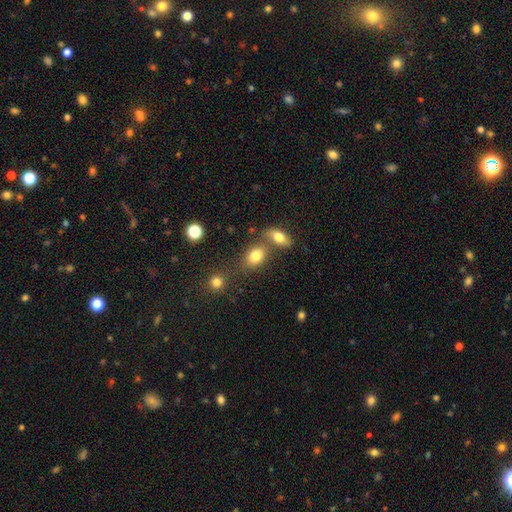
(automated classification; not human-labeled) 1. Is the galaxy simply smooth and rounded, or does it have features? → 80% smooth, 10% star or artifact, 10% featured or disk.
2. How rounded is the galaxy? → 73% in between, 25% round, 2% cigar-shaped.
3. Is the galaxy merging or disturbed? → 50% none, 34% merger, 11% minor disturbance, 5% major disturbance.